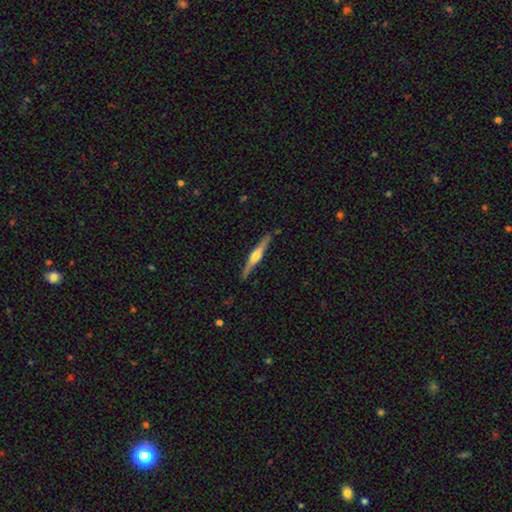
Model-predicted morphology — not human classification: Smooth or featured? featured or disk (73%)
Edge-on disk? yes (98%)
Edge-on bulge? rounded (85%)
Merging? none (89%)